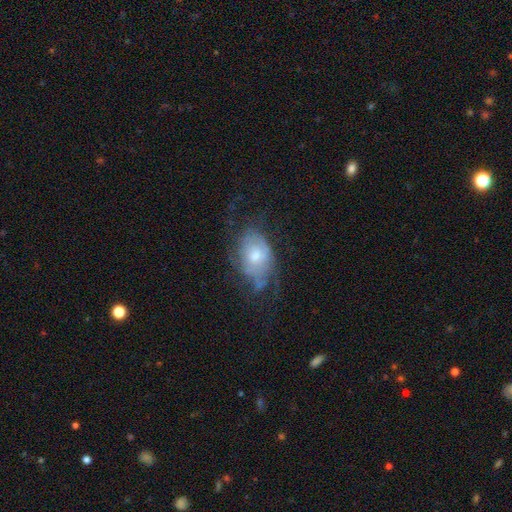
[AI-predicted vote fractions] Overall: featured or disk (60%; smooth 31%). Edge-on disk: no (95%). Bar: no (78%). Spiral arms: yes (65%; no 35%). Bulge size: moderate (59%; small 30%). Merging: none (47%; minor disturbance 26%).